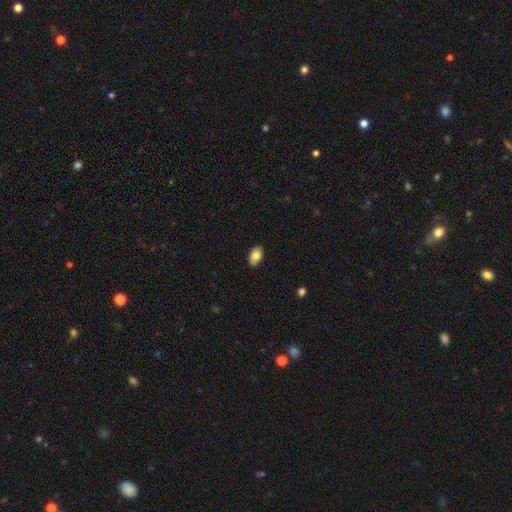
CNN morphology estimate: A smooth galaxy with no disk features (81%) that is in between round and cigar-shaped (92%).

Vote fractions:
- Smooth or featured? smooth: 81% / featured or disk: 12% / star or artifact: 7%
- How rounded? in between: 92% / round: 6% / cigar-shaped: 1%
- Merging? none: 88% / minor disturbance: 9% / major disturbance: 2% / merger: 1%